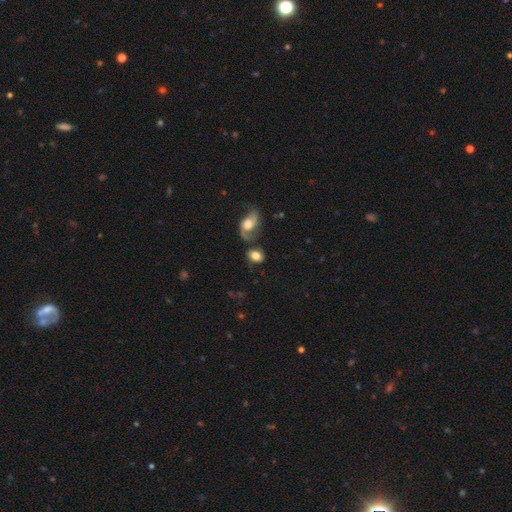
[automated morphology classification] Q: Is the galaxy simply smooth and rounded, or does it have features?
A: smooth — 72%.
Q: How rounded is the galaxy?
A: in between — 66%.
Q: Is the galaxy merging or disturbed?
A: none — 48%.